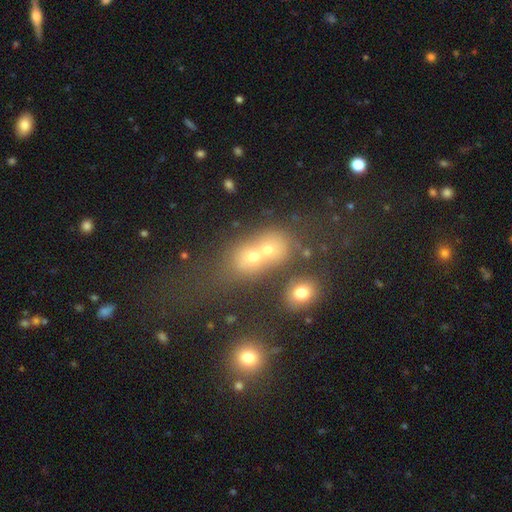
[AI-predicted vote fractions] smooth_or_featured: smooth (p=0.59) [alt: star or artifact p=0.21]
how_rounded: round (p=0.50) [alt: in between p=0.47]
merging: merger (p=0.58) [alt: none p=0.28]